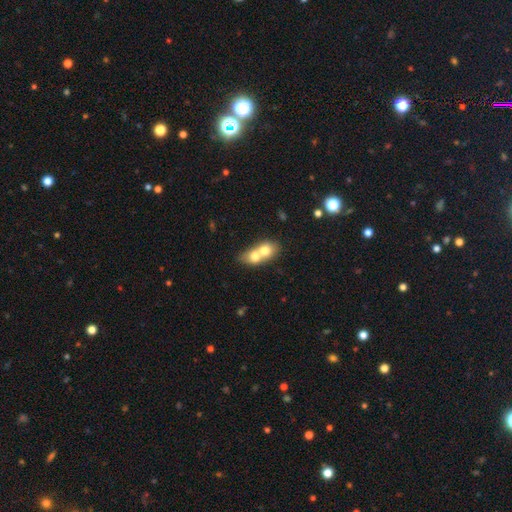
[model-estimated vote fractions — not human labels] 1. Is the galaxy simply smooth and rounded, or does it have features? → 66% smooth, 26% featured or disk, 8% star or artifact.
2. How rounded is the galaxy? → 57% in between, 39% round, 4% cigar-shaped.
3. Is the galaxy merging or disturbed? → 78% merger, 14% none, 5% minor disturbance, 3% major disturbance.